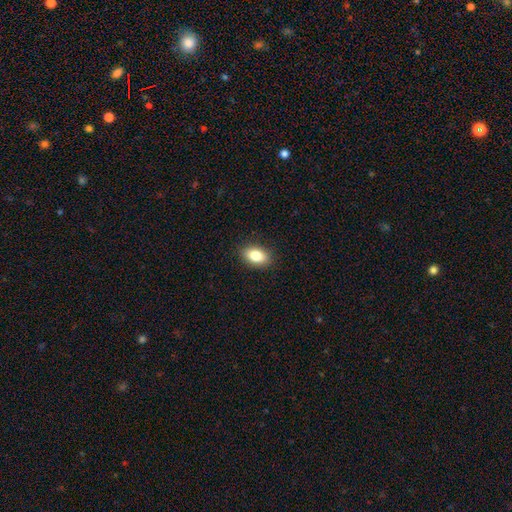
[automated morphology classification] Smooth or featured? Predicted: smooth (p=0.84). How rounded? Predicted: in between (p=0.88). Merging? Predicted: none (p=0.89).